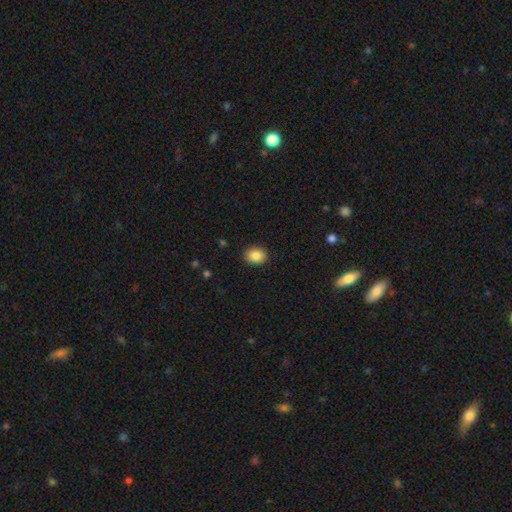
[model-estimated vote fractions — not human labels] Smooth or featured? Predicted: smooth (p=0.86). How rounded? Predicted: round (p=0.55). Merging? Predicted: none (p=0.90).